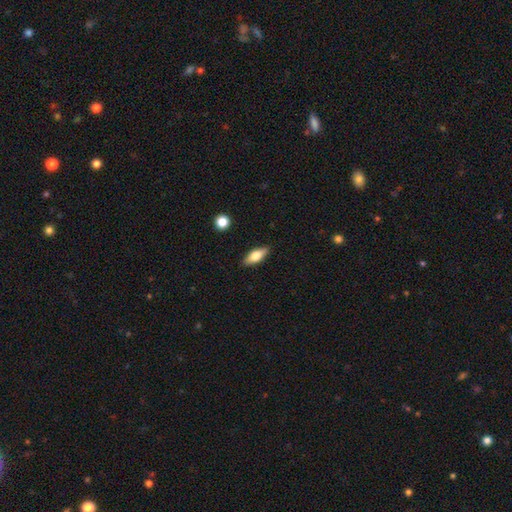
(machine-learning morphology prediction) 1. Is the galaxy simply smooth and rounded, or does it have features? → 64% smooth, 30% featured or disk, 7% star or artifact.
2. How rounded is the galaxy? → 71% in between, 26% cigar-shaped, 3% round.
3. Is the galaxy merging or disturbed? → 88% none, 9% minor disturbance, 2% major disturbance, 1% merger.